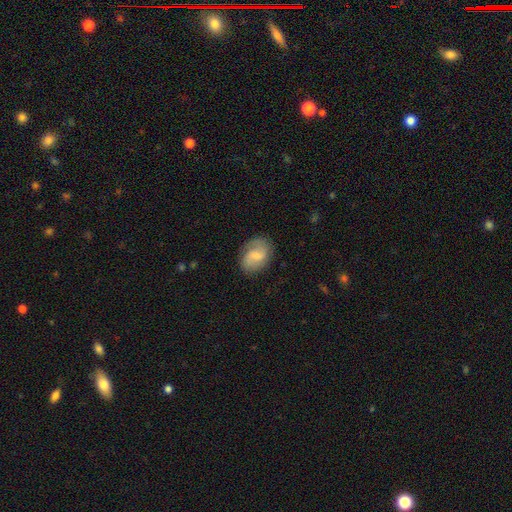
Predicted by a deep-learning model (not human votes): smooth-or-featured: featured or disk: 52% | smooth: 41% | star or artifact: 7%
  disk-edge-on: no: 97% | yes: 3%
    bar: weak: 57% | no: 28% | strong: 15%
    has-spiral-arms: yes: 88% | no: 12%
    bulge-size: small: 40% | moderate: 33% | none: 21% | large: 5% | dominant: 1%
  merging: none: 75% | minor disturbance: 18% | major disturbance: 6% | merger: 1%